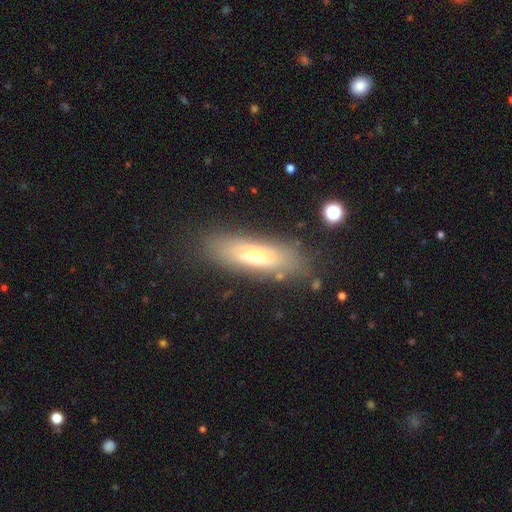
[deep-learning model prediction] A smooth galaxy with no disk features (61%) that is in between round and cigar-shaped (51%).

Vote fractions:
- Smooth or featured? smooth: 61% / featured or disk: 30% / star or artifact: 10%
- How rounded? in between: 51% / cigar-shaped: 46% / round: 3%
- Merging? none: 79% / minor disturbance: 13% / major disturbance: 5% / merger: 3%